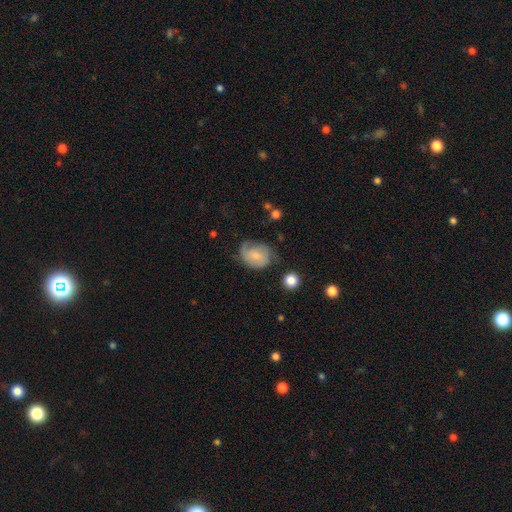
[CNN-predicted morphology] Smooth or featured? Predicted: smooth (p=0.47). Merging? Predicted: none (p=0.48).